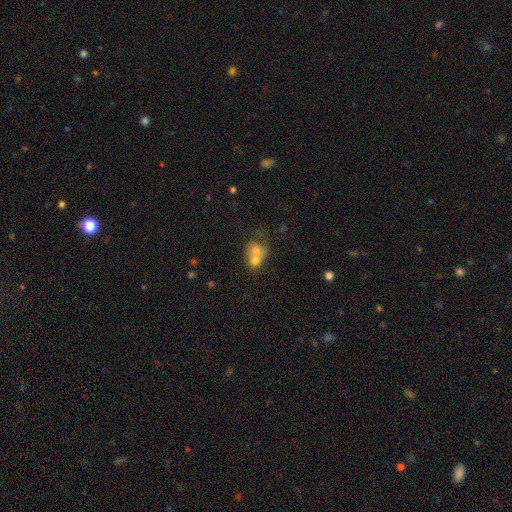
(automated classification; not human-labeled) This is likely a smooth galaxy (69%). How rounded: likely round (64%). Merging: likely merger (71%).